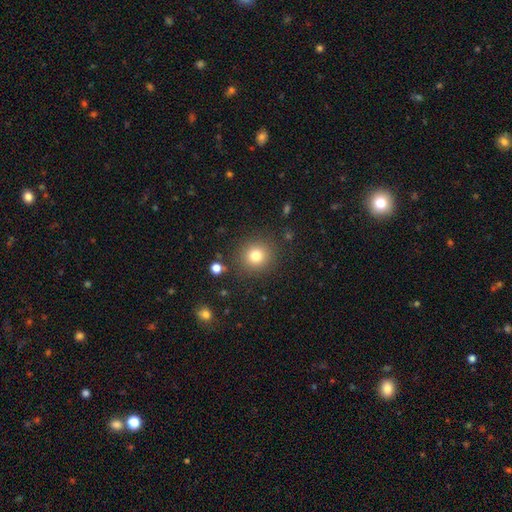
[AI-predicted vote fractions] smooth-or-featured: smooth: 79% | star or artifact: 13% | featured or disk: 8%
  how-rounded: round: 91% | in between: 8% | cigar-shaped: 1%
  merging: none: 88% | minor disturbance: 7% | major disturbance: 3% | merger: 2%